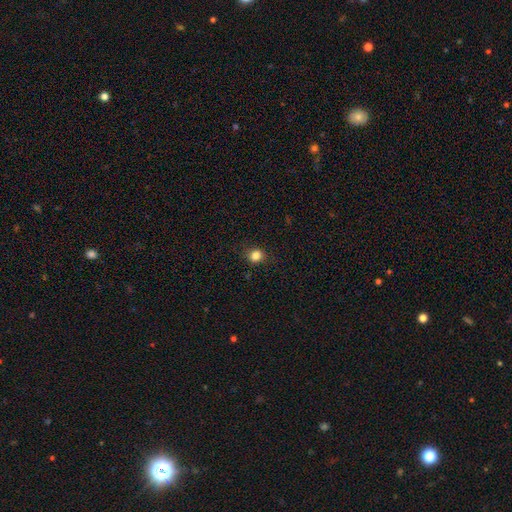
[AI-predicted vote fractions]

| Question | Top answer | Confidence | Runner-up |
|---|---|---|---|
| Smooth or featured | smooth | 83% | star or artifact (12%) |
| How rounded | round | 82% | in between (17%) |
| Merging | none | 86% | minor disturbance (10%) |